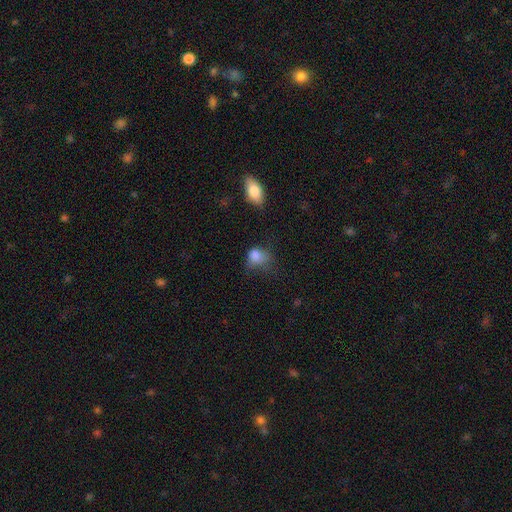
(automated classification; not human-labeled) This appears to be a smooth galaxy with no disk features (79%) that is in between round and cigar-shaped (51%). Merging: none (35%).